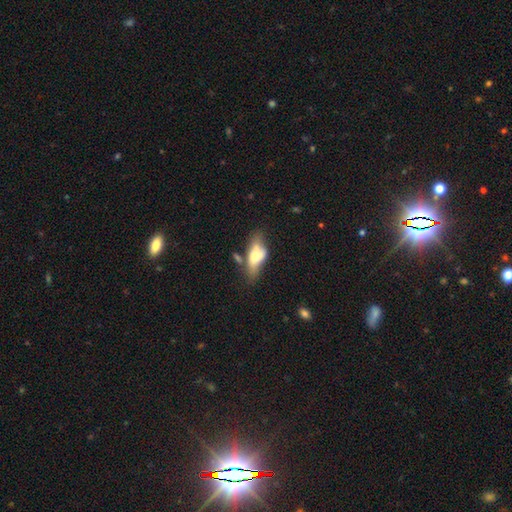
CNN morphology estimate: Smooth or featured: smooth — 61% (featured or disk — 31%)
How rounded: in between — 80% (cigar-shaped — 17%)
Merging: none — 35% (minor disturbance — 29%)